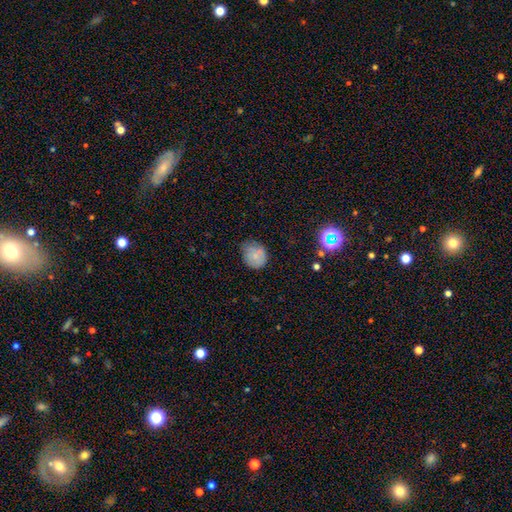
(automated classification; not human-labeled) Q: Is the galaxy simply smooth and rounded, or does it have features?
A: smooth — 76%.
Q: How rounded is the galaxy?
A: round — 69%.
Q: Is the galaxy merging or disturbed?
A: none — 51%.